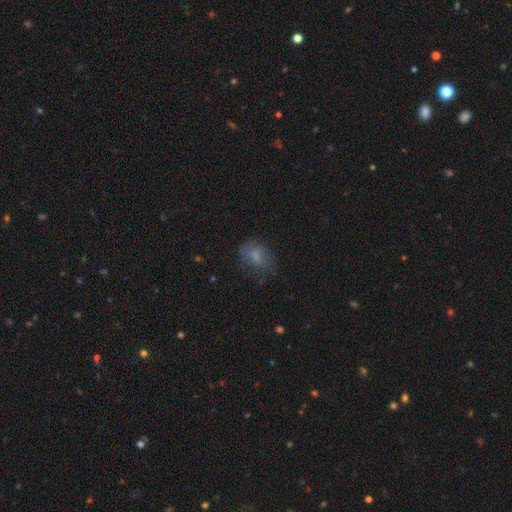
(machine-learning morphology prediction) smooth 66%, featured or disk 23%, star or artifact 11%. Down the decision tree: how rounded — in between (80%); merging — none (61%).